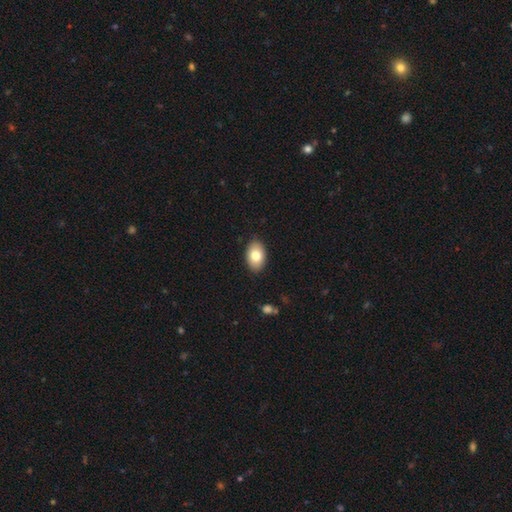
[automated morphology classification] A smooth galaxy with no disk features (79%) that is in between round and cigar-shaped (88%).

Vote fractions:
- Smooth or featured? smooth: 79% / featured or disk: 14% / star or artifact: 7%
- How rounded? in between: 88% / round: 11% / cigar-shaped: 1%
- Merging? none: 88% / minor disturbance: 9% / major disturbance: 2% / merger: 1%